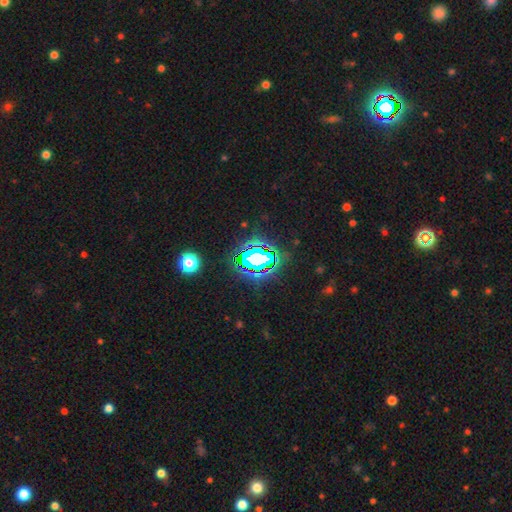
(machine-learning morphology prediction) Smooth or featured?
  - star or artifact: 71% *
  - smooth: 16%
  - featured or disk: 12%